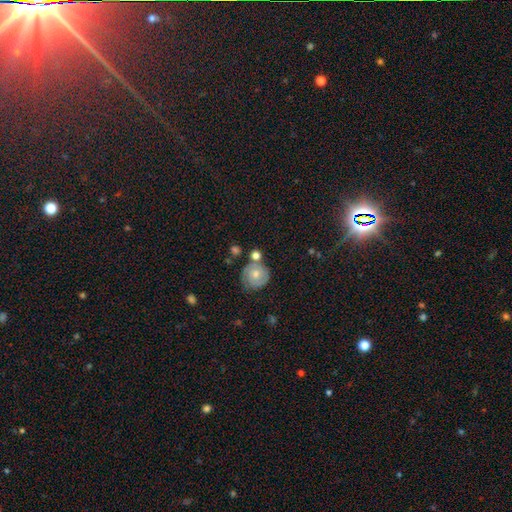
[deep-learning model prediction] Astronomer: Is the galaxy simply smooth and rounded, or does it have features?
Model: smooth — 56% (runner-up: featured or disk, 35%).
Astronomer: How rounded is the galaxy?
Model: round — 86%.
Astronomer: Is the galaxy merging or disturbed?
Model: none — 61%.